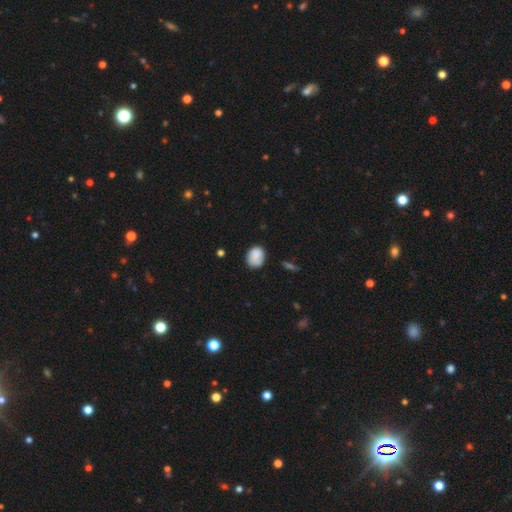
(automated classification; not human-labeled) smooth-or-featured: smooth: 83% | featured or disk: 9% | star or artifact: 8%
  how-rounded: round: 60% | in between: 39% | cigar-shaped: 1%
  merging: none: 70% | minor disturbance: 23% | major disturbance: 5% | merger: 3%